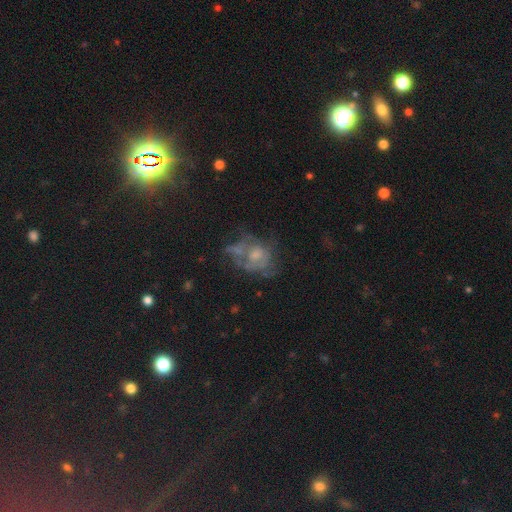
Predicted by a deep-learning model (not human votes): Smooth or featured: featured or disk — 57% (smooth — 27%)
Edge-on disk: no — 97% (yes — 3%)
Bar: no — 81% (weak — 16%)
Spiral arms: no — 64% (yes — 36%)
Bulge size: moderate — 42% (small — 34%)
Merging: none — 37% (major disturbance — 31%)